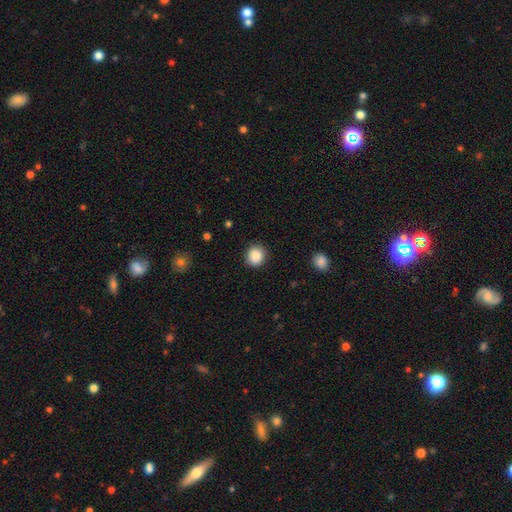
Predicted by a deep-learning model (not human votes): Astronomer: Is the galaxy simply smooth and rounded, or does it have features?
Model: smooth — 87%.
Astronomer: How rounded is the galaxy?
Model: round — 84%.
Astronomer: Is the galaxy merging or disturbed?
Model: none — 89%.